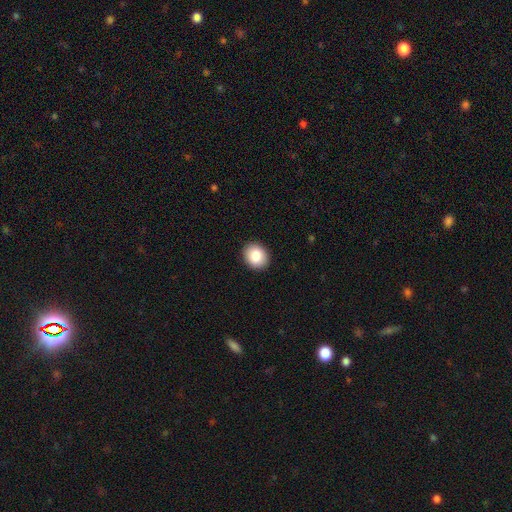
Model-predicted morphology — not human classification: smooth 86%, star or artifact 8%, featured or disk 6%. Down the decision tree: how rounded — round (58%); merging — none (91%).